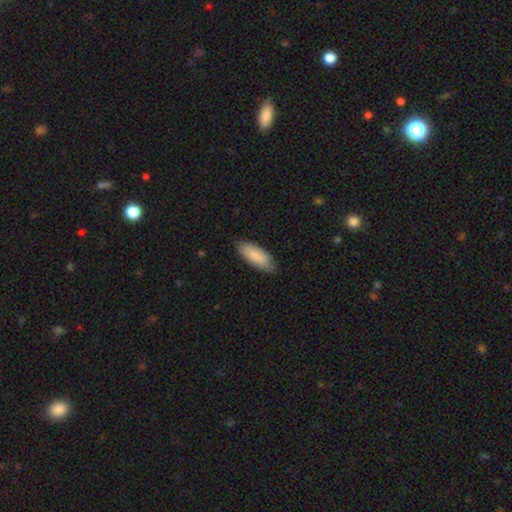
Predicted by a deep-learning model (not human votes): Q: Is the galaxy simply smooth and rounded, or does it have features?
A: smooth — 88%.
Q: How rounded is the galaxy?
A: in between — 77%.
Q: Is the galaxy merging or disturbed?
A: none — 83%.